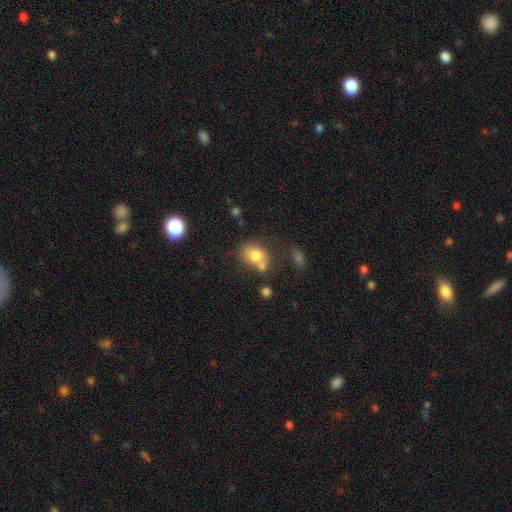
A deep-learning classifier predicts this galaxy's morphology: Smooth or featured?
  - smooth: 76% *
  - featured or disk: 14%
  - star or artifact: 10%
How rounded?
  - in between: 58% *
  - round: 41%
  - cigar-shaped: 1%
Merging?
  - none: 46% *
  - merger: 29%
  - minor disturbance: 18%
  - major disturbance: 7%